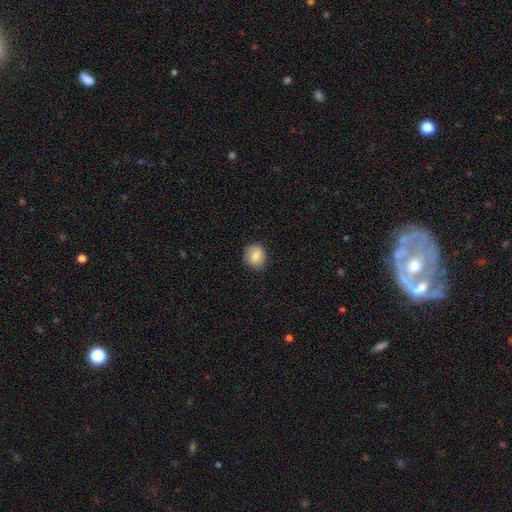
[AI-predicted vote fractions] This is likely a smooth galaxy (79%). How rounded: likely round (78%). Merging: clearly none (85%).